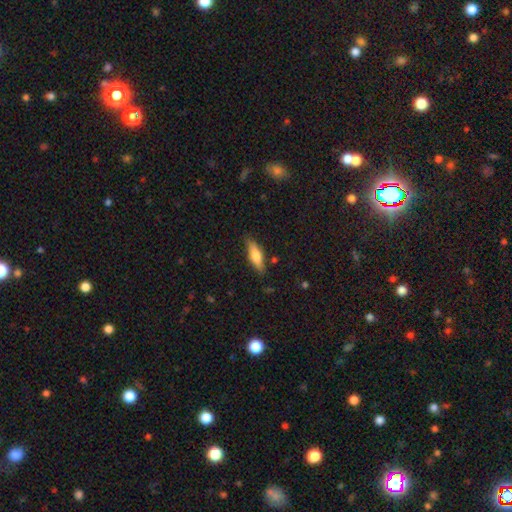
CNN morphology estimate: This appears to be a smooth galaxy with no disk features (61%) that is cigar-shaped (59%). Merging: none (84%).